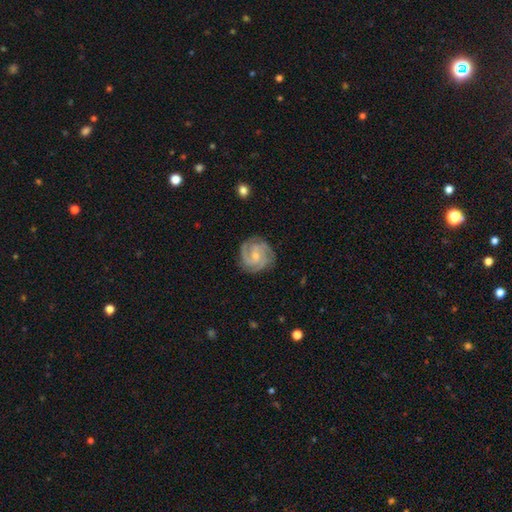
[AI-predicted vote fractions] The model was most divided on "bar": no: 54%, weak: 39%, strong: 7%. More confident: edge-on disk — no (98%); spiral arms — yes (98%); smooth or featured — featured or disk (88%); merging — none (82%); spiral winding — tight (62%); bulge size — small (61%); spiral arm count — 3 (55%).